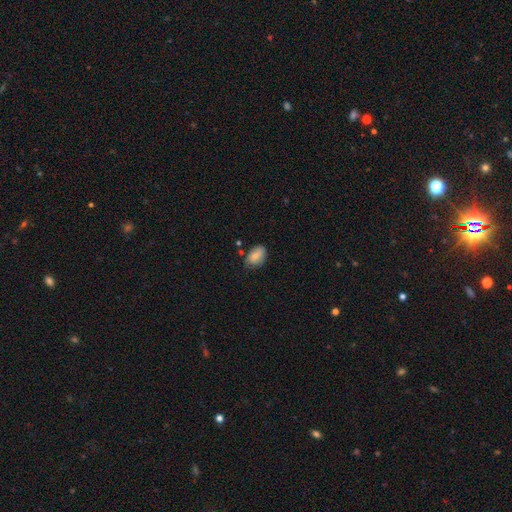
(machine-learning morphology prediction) Smooth or featured? Predicted: smooth (p=0.79). How rounded? Predicted: in between (p=0.87). Merging? Predicted: none (p=0.66).